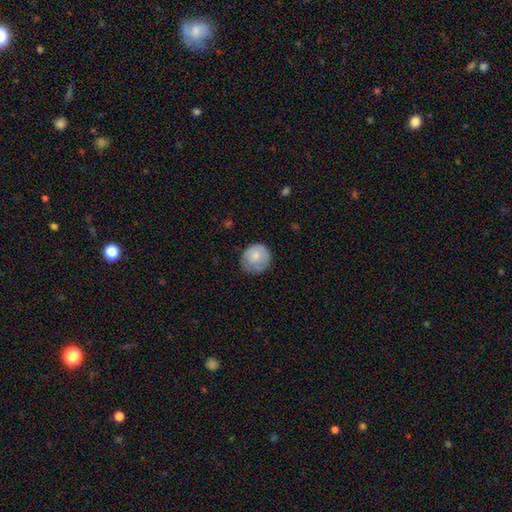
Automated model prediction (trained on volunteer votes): smooth 73%, featured or disk 21%, star or artifact 6%. Down the decision tree: how rounded — round (84%); merging — none (72%).